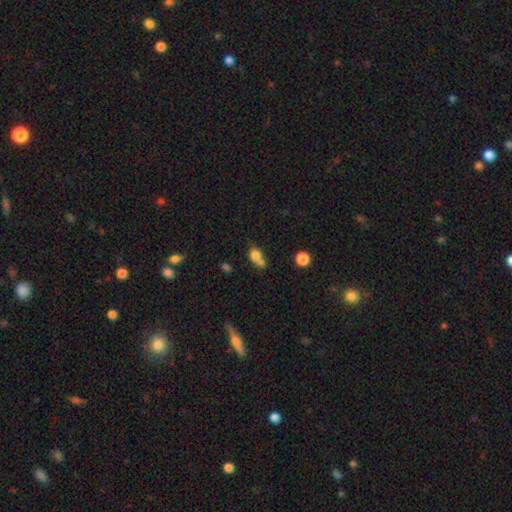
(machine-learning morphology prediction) Smooth or featured? Predicted: smooth (p=0.76). How rounded? Predicted: round (p=0.59). Merging? Predicted: merger (p=0.53).